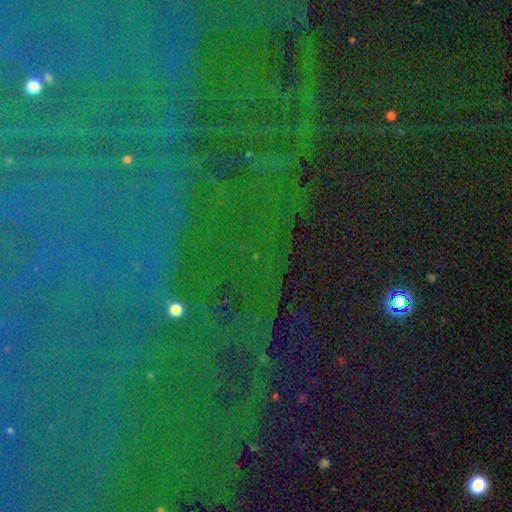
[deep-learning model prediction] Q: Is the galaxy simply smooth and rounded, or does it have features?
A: star or artifact — 85%.